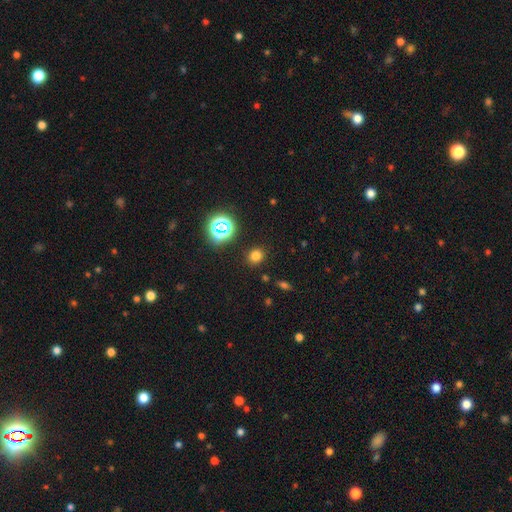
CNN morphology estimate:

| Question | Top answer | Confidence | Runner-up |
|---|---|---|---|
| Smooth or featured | smooth | 74% | star or artifact (21%) |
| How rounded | round | 75% | in between (24%) |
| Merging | none | 87% | minor disturbance (8%) |